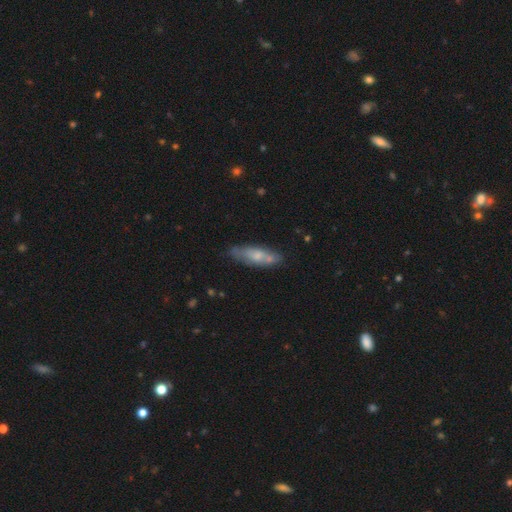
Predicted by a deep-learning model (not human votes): Smooth or featured? Predicted: smooth (p=0.53). How rounded? Predicted: cigar-shaped (p=0.55). Merging? Predicted: none (p=0.66).